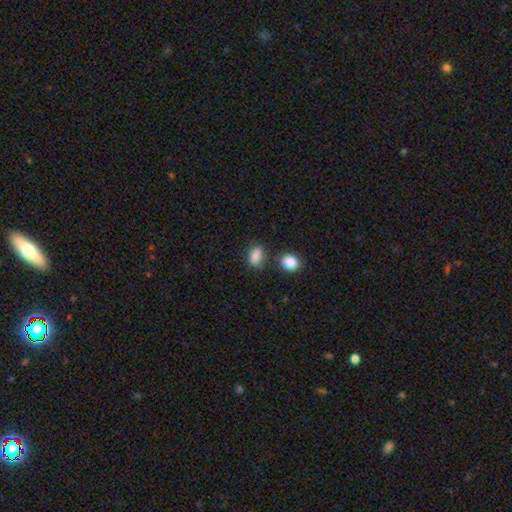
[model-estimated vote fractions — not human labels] A smooth galaxy with no disk features (86%) that is in between round and cigar-shaped (80%). Merging: none (64%).